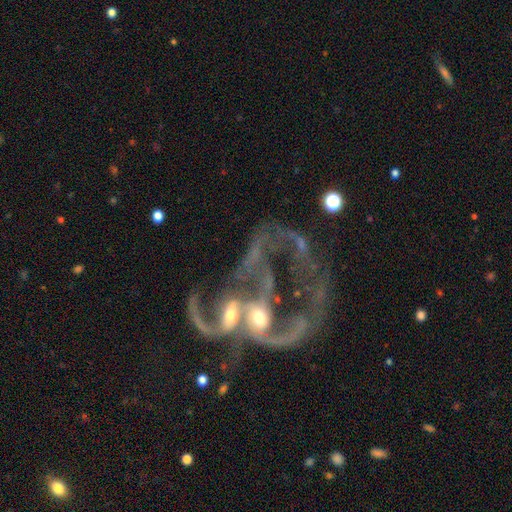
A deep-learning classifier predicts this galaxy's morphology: Smooth or featured?
  - featured or disk: 81% *
  - star or artifact: 10%
  - smooth: 9%
Edge-on disk?
  - no: 97% *
  - yes: 3%
Bar?
  - no: 62% *
  - weak: 26%
  - strong: 12%
Spiral arms?
  - yes: 75% *
  - no: 25%
Spiral winding?
  - loose: 54% *
  - medium: 34%
  - tight: 13%
Spiral arm count?
  - 2: 43% *
  - can't tell: 22%
  - 1: 19%
  - 3: 9%
  - 4: 4%
  - more than 4: 4%
Bulge size?
  - moderate: 48% *
  - small: 34%
  - none: 10%
  - large: 5%
  - dominant: 2%
Merging?
  - merger: 70% *
  - major disturbance: 17%
  - none: 8%
  - minor disturbance: 5%